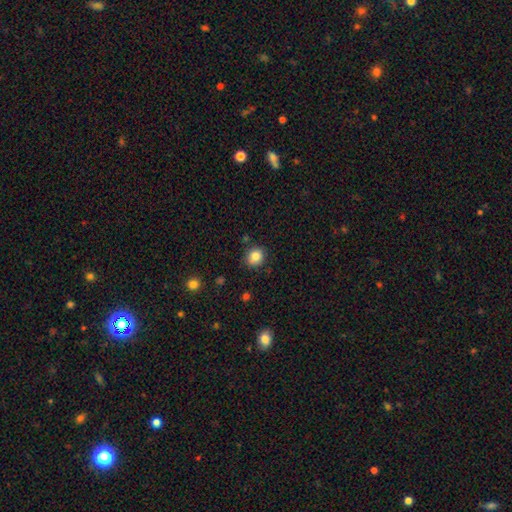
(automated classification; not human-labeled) The model was most divided on "how rounded": round: 83%, in between: 16%, cigar-shaped: 1%. More confident: smooth or featured — smooth (85%); merging — none (84%).